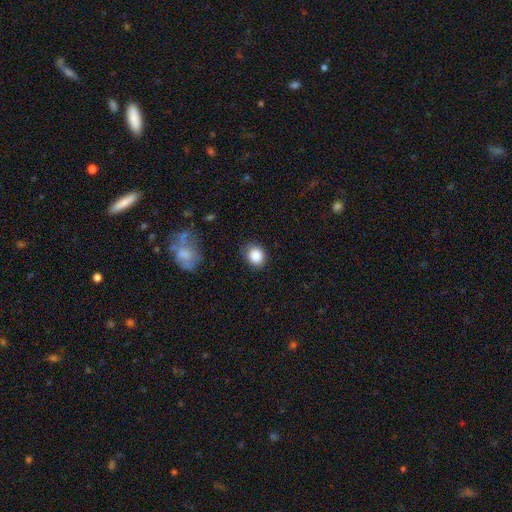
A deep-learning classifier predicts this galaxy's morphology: Q: Smooth or featured?
A: smooth (87%); runner-up: star or artifact (9%)
Q: How rounded?
A: round (68%); runner-up: in between (31%)
Q: Merging?
A: none (77%); runner-up: minor disturbance (17%)